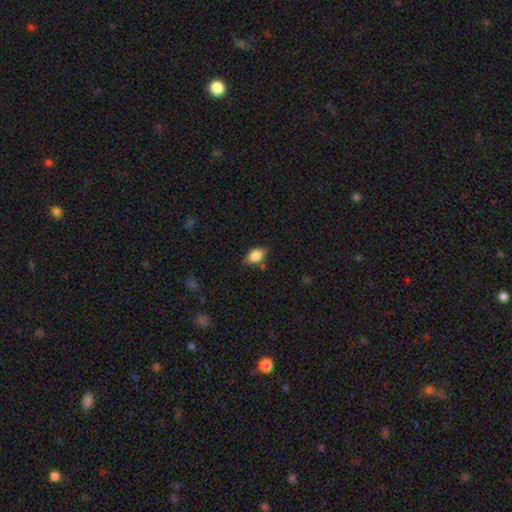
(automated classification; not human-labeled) A smooth galaxy with no disk features (83%) that is in between round and cigar-shaped (89%).

Vote fractions:
- Smooth or featured? smooth: 83% / featured or disk: 9% / star or artifact: 8%
- How rounded? in between: 89% / round: 7% / cigar-shaped: 5%
- Merging? none: 76% / minor disturbance: 17% / major disturbance: 3% / merger: 3%